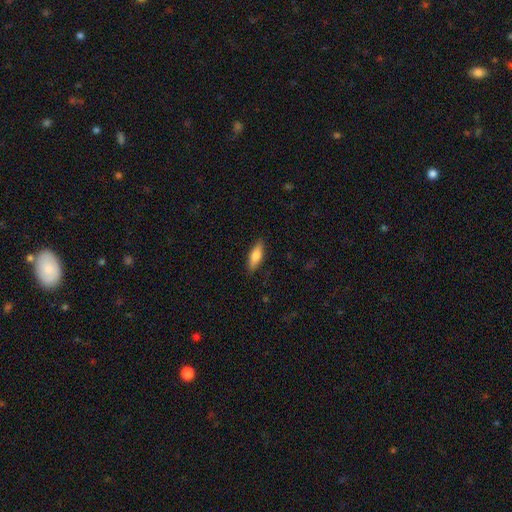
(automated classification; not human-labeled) Overall: smooth (77%). How rounded: in between (59%; cigar-shaped 39%). Merging: none (87%).